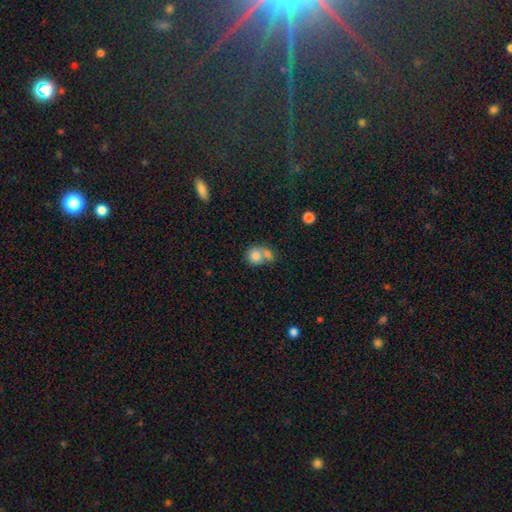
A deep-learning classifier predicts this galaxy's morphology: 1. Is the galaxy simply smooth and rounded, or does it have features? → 79% smooth, 12% featured or disk, 9% star or artifact.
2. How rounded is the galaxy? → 72% round, 27% in between, 1% cigar-shaped.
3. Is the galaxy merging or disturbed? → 59% merger, 29% none, 8% minor disturbance, 4% major disturbance.